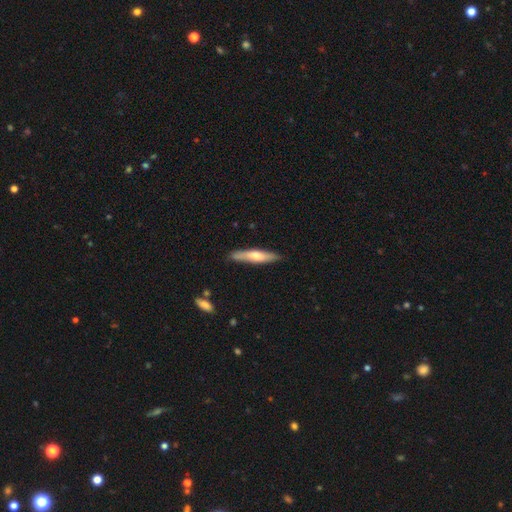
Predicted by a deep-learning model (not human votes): Smooth or featured? Predicted: smooth (p=0.54). How rounded? Predicted: cigar-shaped (p=0.86). Merging? Predicted: none (p=0.84).